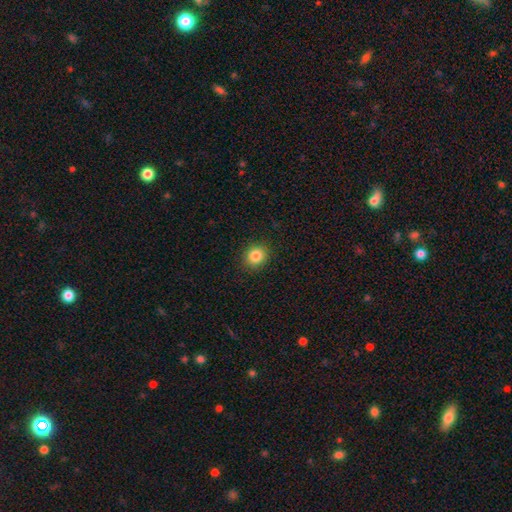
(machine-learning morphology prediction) type=smooth (84%); roundness=round (79%); merging=none (91%).